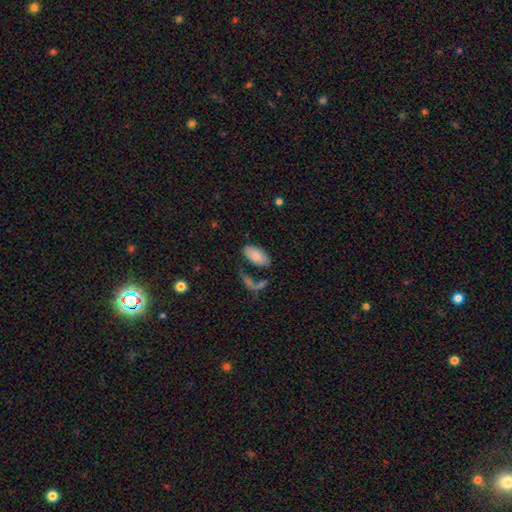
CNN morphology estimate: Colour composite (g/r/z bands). It shows a smooth galaxy with no disk features (83%) that is in between round and cigar-shaped (94%). Merging: none (60%).